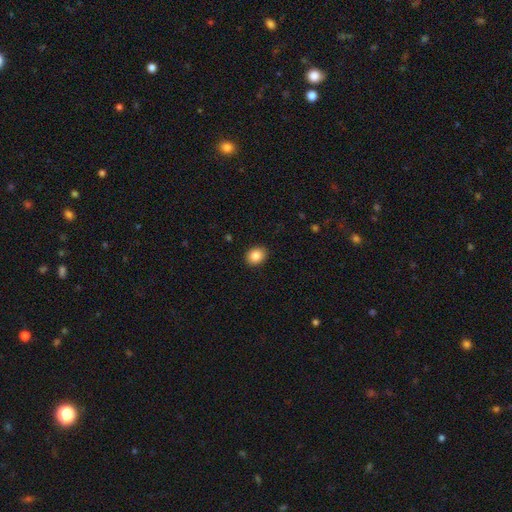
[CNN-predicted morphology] Smooth or featured?
  - smooth: 86% *
  - star or artifact: 9%
  - featured or disk: 5%
How rounded?
  - round: 53% *
  - in between: 47%
  - cigar-shaped: 1%
Merging?
  - none: 91% *
  - minor disturbance: 6%
  - major disturbance: 2%
  - merger: 1%